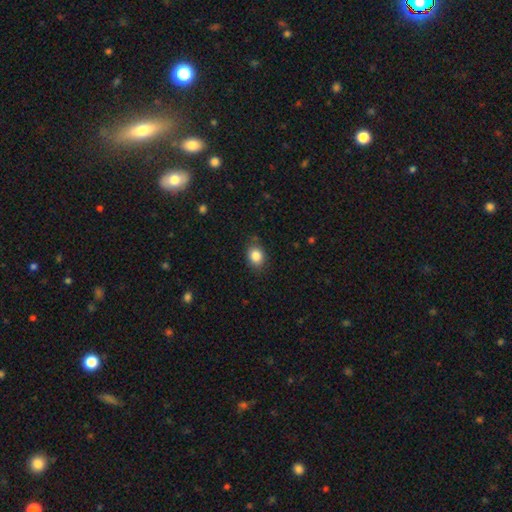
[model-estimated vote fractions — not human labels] Smooth or featured? smooth (86%)
How rounded? in between (59%)
Merging? none (81%)